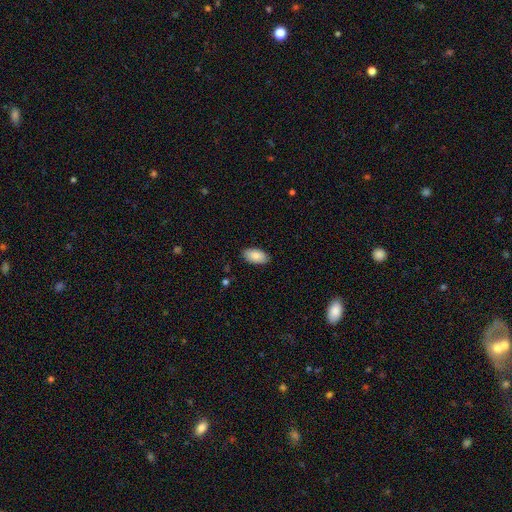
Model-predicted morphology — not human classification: The model was most divided on "merging": none: 86%, minor disturbance: 11%, major disturbance: 2%, merger: 1%. More confident: how rounded — in between (95%); smooth or featured — smooth (85%).